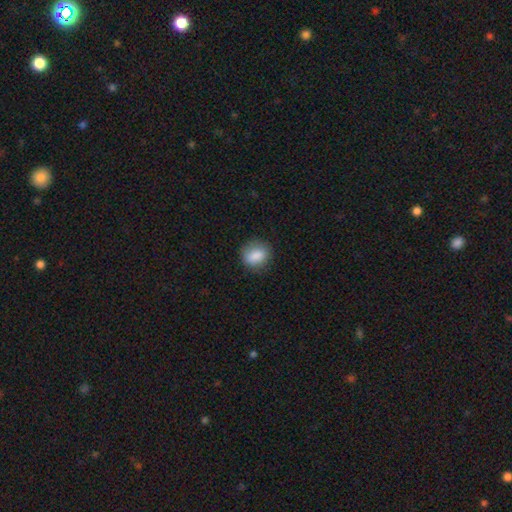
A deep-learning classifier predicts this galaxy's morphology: Smooth or featured?
  - smooth: 85% *
  - star or artifact: 8%
  - featured or disk: 7%
How rounded?
  - round: 65% *
  - in between: 34%
  - cigar-shaped: 1%
Merging?
  - none: 79% *
  - minor disturbance: 16%
  - major disturbance: 4%
  - merger: 1%